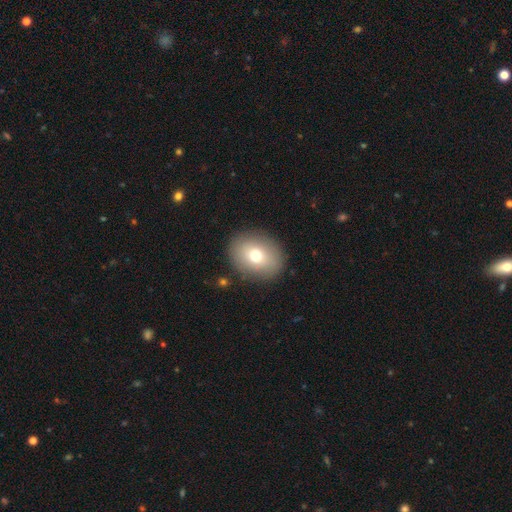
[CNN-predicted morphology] A smooth galaxy with no disk features (73%) that is in between round and cigar-shaped (51%).

Vote fractions:
- Smooth or featured? smooth: 73% / featured or disk: 17% / star or artifact: 10%
- How rounded? in between: 51% / round: 48% / cigar-shaped: 1%
- Merging? none: 87% / minor disturbance: 9% / major disturbance: 3% / merger: 1%